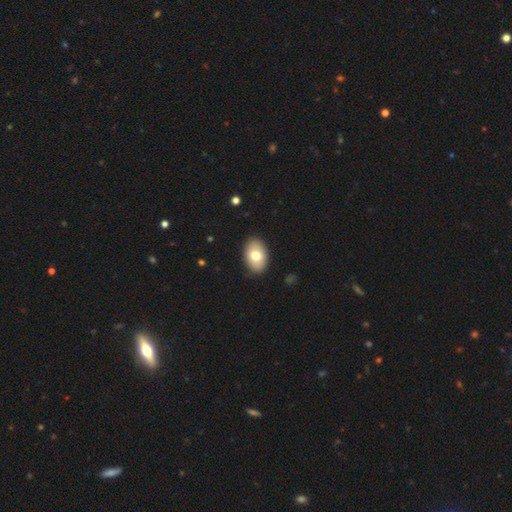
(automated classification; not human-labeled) Overall: smooth (75%). How rounded: in between (90%). Merging: none (89%).